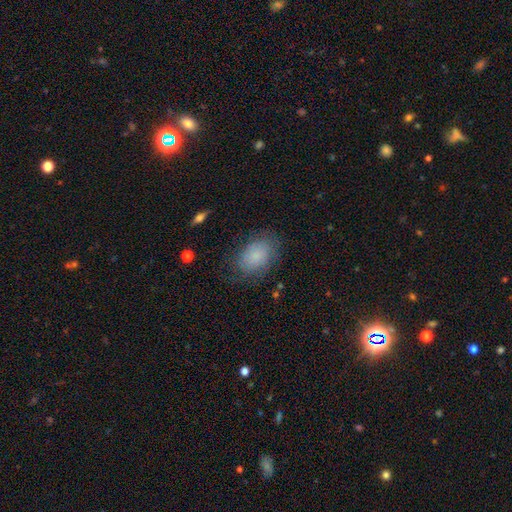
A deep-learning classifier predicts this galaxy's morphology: Smooth or featured? Predicted: smooth (p=0.75). How rounded? Predicted: in between (p=0.83). Merging? Predicted: none (p=0.71).